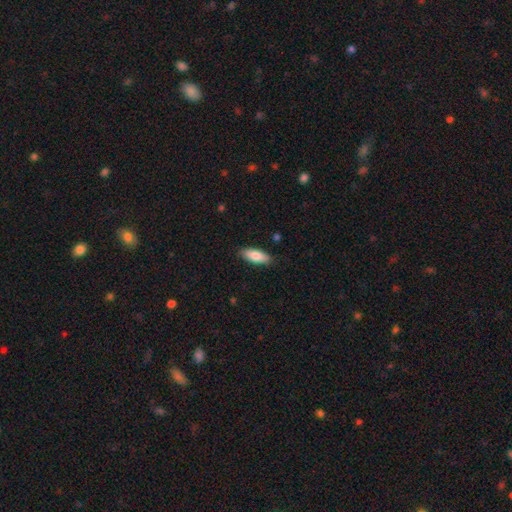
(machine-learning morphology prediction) smooth_or_featured: smooth (p=0.82) [alt: featured or disk p=0.12]
how_rounded: in between (p=0.69) [alt: cigar-shaped p=0.30]
merging: none (p=0.87) [alt: minor disturbance p=0.10]